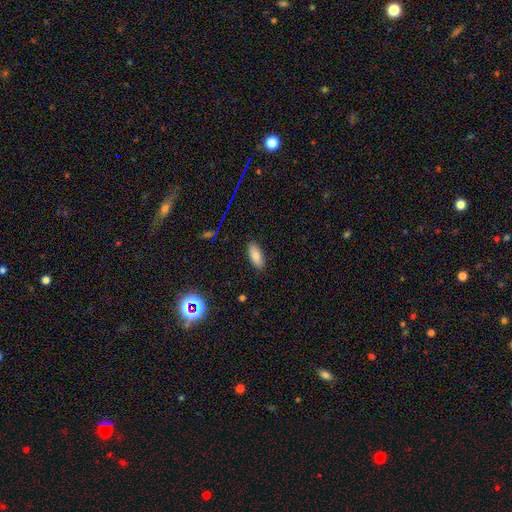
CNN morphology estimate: Smooth or featured: smooth — 80% (featured or disk — 10%)
How rounded: in between — 85% (cigar-shaped — 13%)
Merging: none — 88% (minor disturbance — 9%)